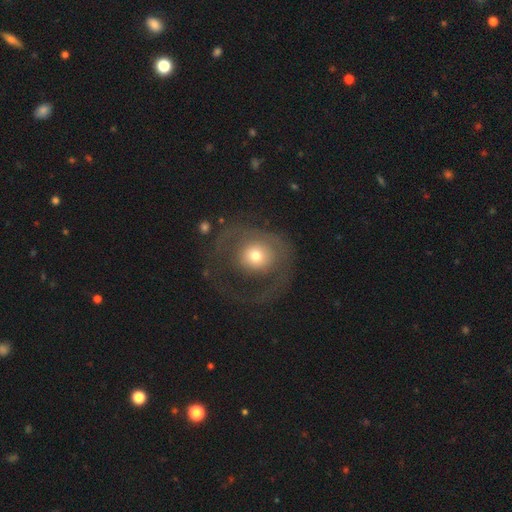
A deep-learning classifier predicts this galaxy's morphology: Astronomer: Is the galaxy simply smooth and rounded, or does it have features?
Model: featured or disk — 51% (runner-up: smooth, 41%).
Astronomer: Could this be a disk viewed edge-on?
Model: no — 96%.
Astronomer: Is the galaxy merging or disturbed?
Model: major disturbance — 45% (runner-up: none, 38%).